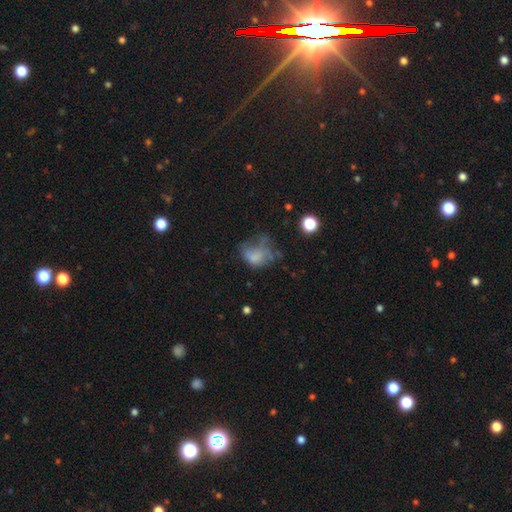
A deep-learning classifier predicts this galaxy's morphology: smooth-or-featured: smooth: 58% | featured or disk: 28% | star or artifact: 14%
  how-rounded: in between: 61% | round: 38% | cigar-shaped: 1%
  merging: major disturbance: 41% | none: 26% | minor disturbance: 26% | merger: 7%